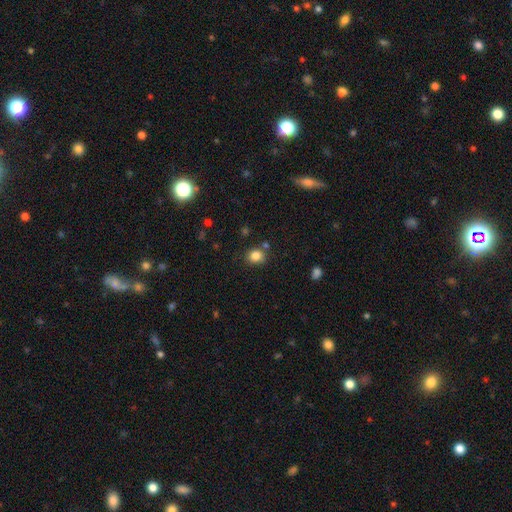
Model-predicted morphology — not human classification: smooth-or-featured: smooth: 83% | star or artifact: 11% | featured or disk: 5%
  how-rounded: round: 67% | in between: 32% | cigar-shaped: 1%
  merging: none: 78% | minor disturbance: 12% | merger: 7% | major disturbance: 3%